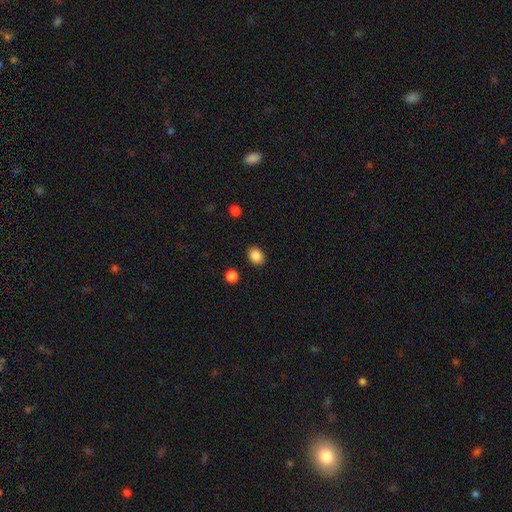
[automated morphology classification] Smooth or featured? Predicted: smooth (p=0.88). How rounded? Predicted: in between (p=0.66). Merging? Predicted: none (p=0.86).